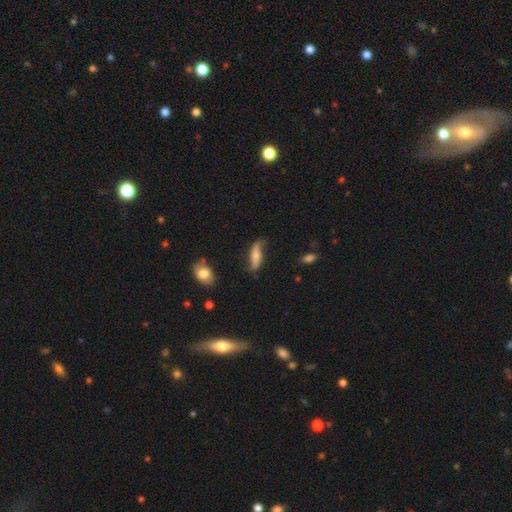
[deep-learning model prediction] Morphology: type=smooth (47%); merging=none (62%).